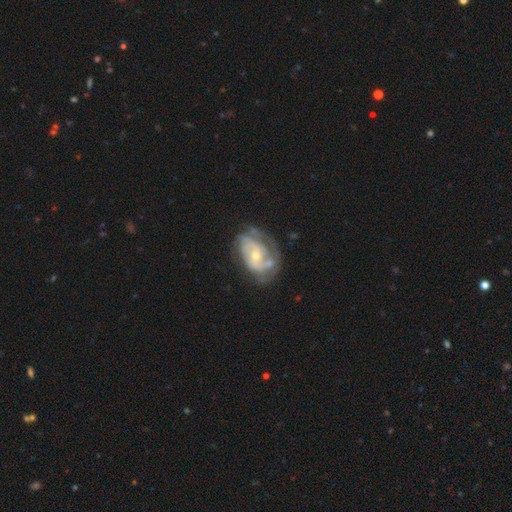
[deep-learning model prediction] Smooth or featured? Predicted: featured or disk (p=0.76). Edge-on disk? Predicted: no (p=0.97). Bar? Predicted: no (p=0.73). Spiral arms? Predicted: yes (p=0.77). Spiral winding? Predicted: tight (p=0.51). Spiral arm count? Predicted: can't tell (p=0.39). Bulge size? Predicted: small (p=0.55). Merging? Predicted: none (p=0.48).